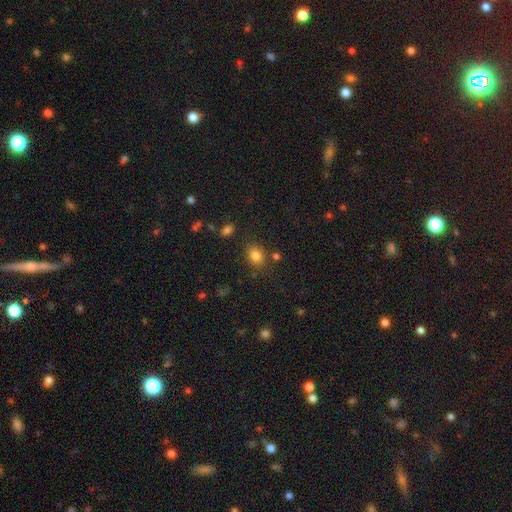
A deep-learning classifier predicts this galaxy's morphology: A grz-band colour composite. It shows a smooth galaxy with no disk features (82%) that is round (50%). Merging: none (79%).